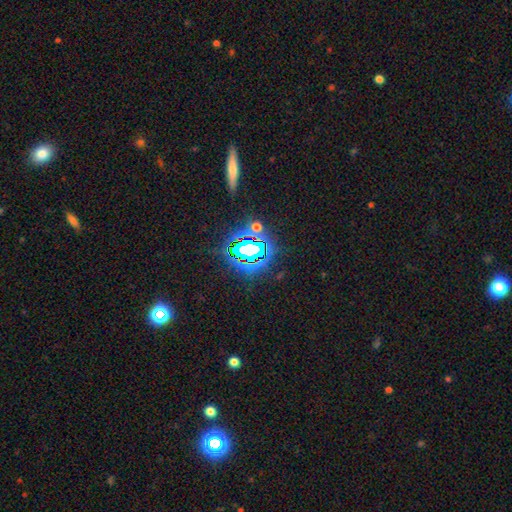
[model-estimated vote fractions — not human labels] smooth_or_featured: star or artifact (p=0.69) [alt: smooth p=0.18]